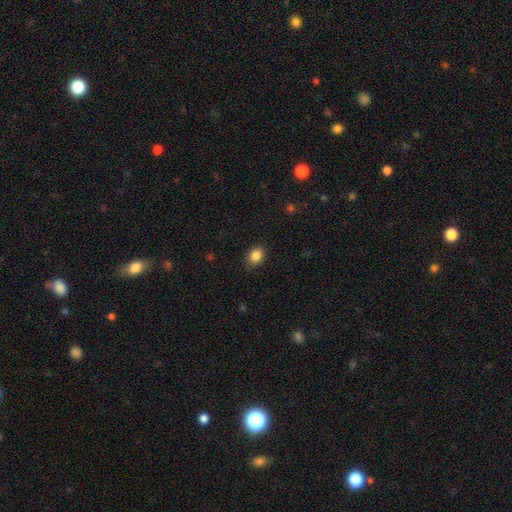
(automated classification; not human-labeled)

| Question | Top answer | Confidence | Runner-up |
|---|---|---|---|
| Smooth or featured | smooth | 86% | star or artifact (9%) |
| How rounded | in between | 64% | round (35%) |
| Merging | none | 82% | minor disturbance (15%) |